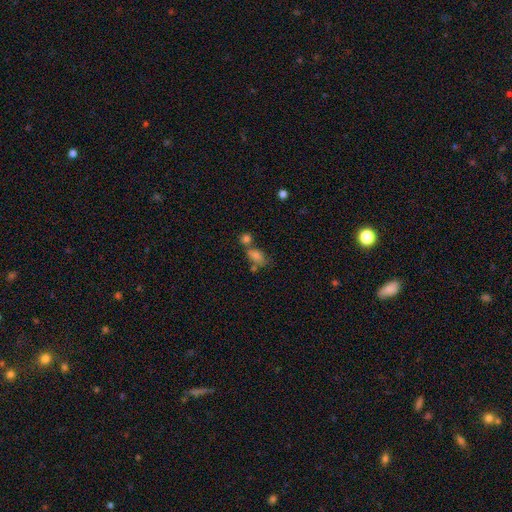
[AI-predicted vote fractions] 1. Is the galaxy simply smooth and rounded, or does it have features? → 77% smooth, 12% star or artifact, 11% featured or disk.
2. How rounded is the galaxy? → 83% in between, 12% round, 5% cigar-shaped.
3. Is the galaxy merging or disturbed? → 39% none, 36% merger, 16% minor disturbance, 8% major disturbance.